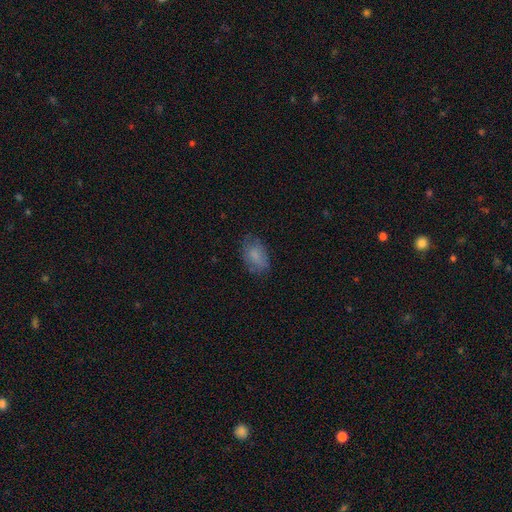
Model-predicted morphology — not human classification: smooth_or_featured: smooth (p=0.78) [alt: featured or disk p=0.14]
how_rounded: in between (p=0.88) [alt: round p=0.10]
merging: none (p=0.69) [alt: minor disturbance p=0.23]